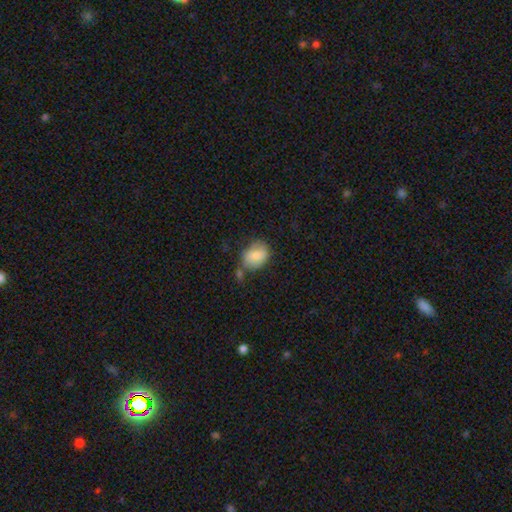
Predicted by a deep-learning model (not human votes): The model was most divided on "merging": none: 49%, minor disturbance: 27%, merger: 14%, major disturbance: 10%. More confident: smooth or featured — smooth (81%); how rounded — in between (64%).